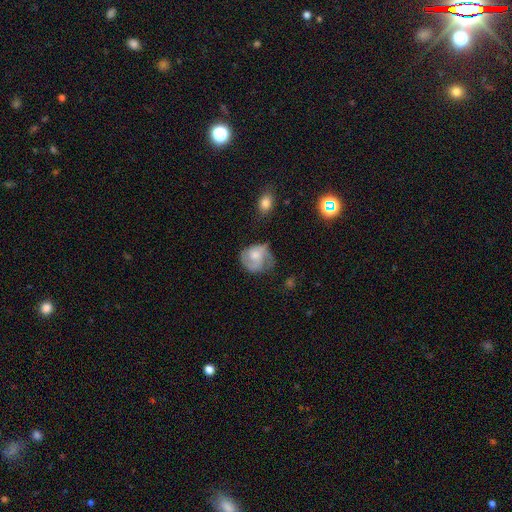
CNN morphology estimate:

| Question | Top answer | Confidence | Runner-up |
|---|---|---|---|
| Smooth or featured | featured or disk | 63% | smooth (30%) |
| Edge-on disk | no | 98% | yes (2%) |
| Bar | no | 68% | weak (28%) |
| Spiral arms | yes | 88% | no (12%) |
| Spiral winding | medium | 45% | tight (37%) |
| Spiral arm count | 2 | 57% | can't tell (17%) |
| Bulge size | moderate | 45% | small (33%) |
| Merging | none | 52% | minor disturbance (28%) |